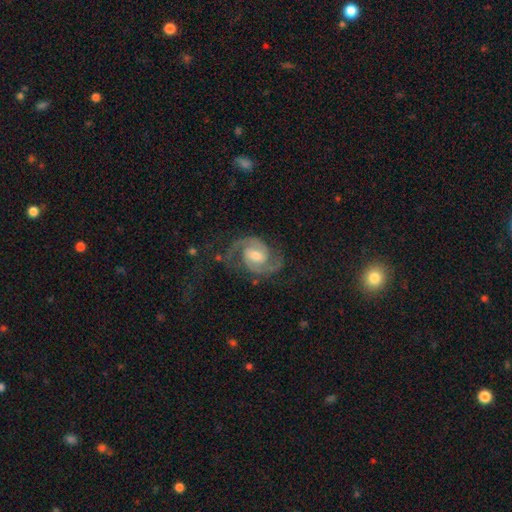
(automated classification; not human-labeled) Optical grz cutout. It shows a featured or disk galaxy (90%) with a weak bar (47%), 2 (92%) medium (55%) spiral arms (98%) and a moderate central bulge (64%). Merging: none (72%).